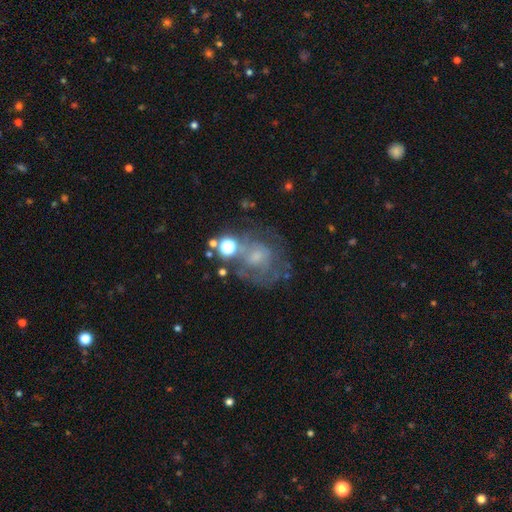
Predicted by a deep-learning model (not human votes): smooth-or-featured: featured or disk: 54% | smooth: 29% | star or artifact: 17%
  disk-edge-on: no: 97% | yes: 3%
    bar: no: 75% | weak: 21% | strong: 4%
    has-spiral-arms: yes: 52% | no: 48%
    bulge-size: small: 41% | moderate: 33% | none: 19% | large: 6% | dominant: 2%
  merging: none: 49% | major disturbance: 21% | minor disturbance: 19% | merger: 10%